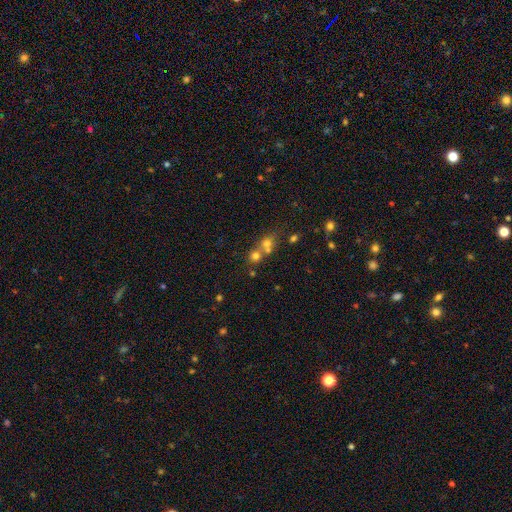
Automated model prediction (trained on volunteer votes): Smooth or featured?
  - smooth: 53% *
  - star or artifact: 31%
  - featured or disk: 16%
How rounded?
  - round: 63% *
  - in between: 32%
  - cigar-shaped: 5%
Merging?
  - merger: 43% * (tied)
  - none: 43% * (tied)
  - minor disturbance: 8%
  - major disturbance: 5%